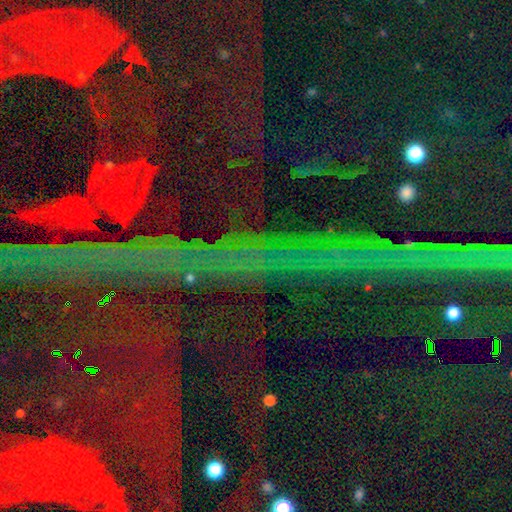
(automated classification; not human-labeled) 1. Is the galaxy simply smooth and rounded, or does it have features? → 86% star or artifact, 7% featured or disk, 7% smooth.